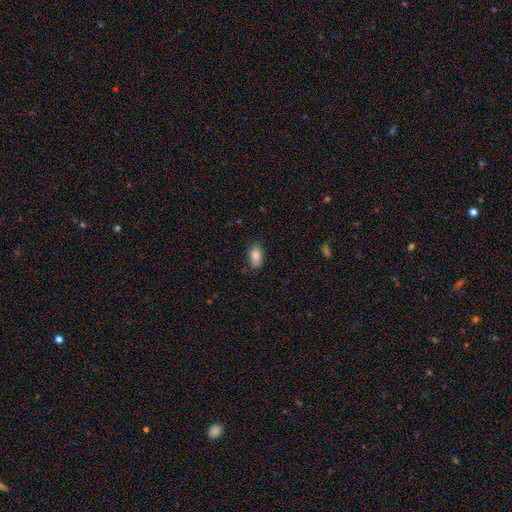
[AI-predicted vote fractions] This is clearly a smooth galaxy (87%). How rounded: clearly in between (91%). Merging: likely none (75%).